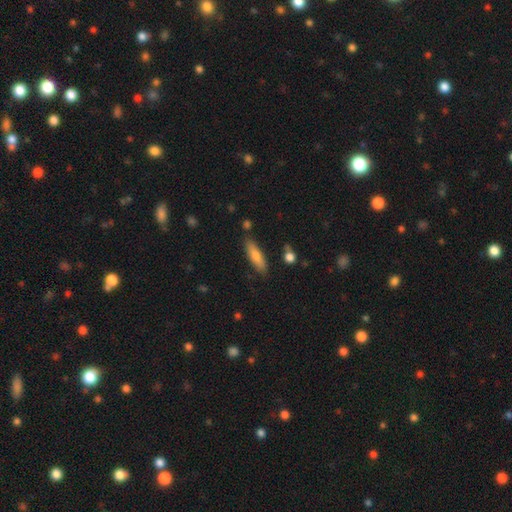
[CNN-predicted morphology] A smooth galaxy with no disk features (73%) that is cigar-shaped (62%).

Vote fractions:
- Smooth or featured? smooth: 73% / featured or disk: 20% / star or artifact: 6%
- How rounded? cigar-shaped: 62% / in between: 37% / round: 2%
- Merging? none: 82% / minor disturbance: 12% / merger: 3% / major disturbance: 2%